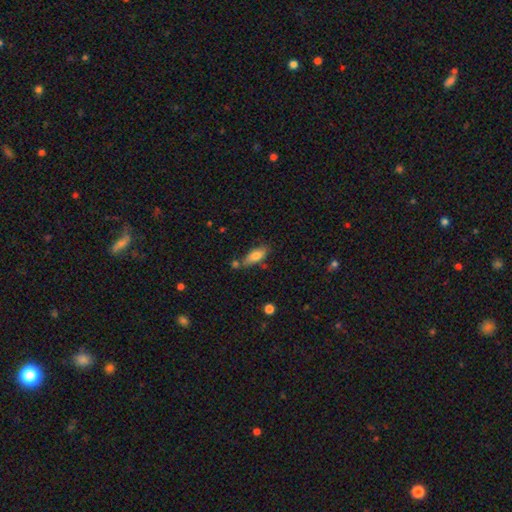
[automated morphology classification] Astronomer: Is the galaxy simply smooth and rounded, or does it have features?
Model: smooth — 78%.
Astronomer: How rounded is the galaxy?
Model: in between — 73%.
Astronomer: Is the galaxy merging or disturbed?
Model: none — 59%.